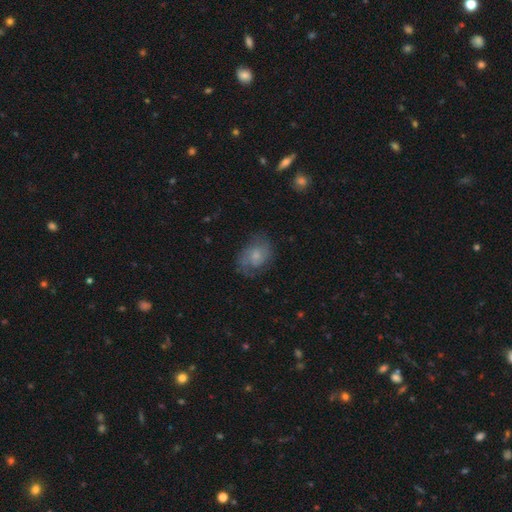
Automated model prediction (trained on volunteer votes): Smooth or featured? featured or disk (58%)
Edge-on disk? no (97%)
Bar? no (66%)
Spiral arms? yes (86%)
Bulge size? small (49%)
Merging? none (63%)